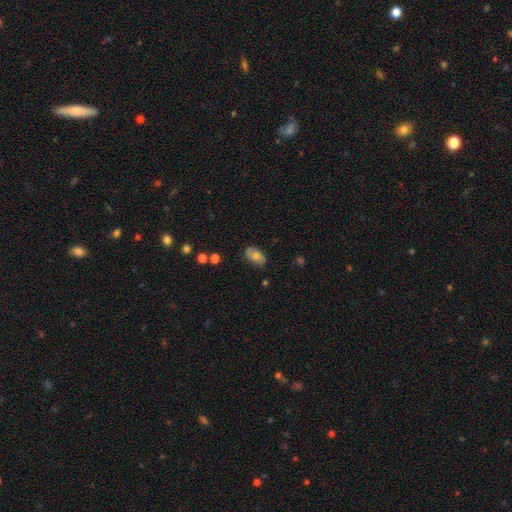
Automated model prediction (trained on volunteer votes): A smooth galaxy with no disk features (62%) that is in between round and cigar-shaped (90%).

Vote fractions:
- Smooth or featured? smooth: 62% / featured or disk: 30% / star or artifact: 8%
- How rounded? in between: 90% / round: 8% / cigar-shaped: 2%
- Merging? none: 80% / minor disturbance: 16% / major disturbance: 3% / merger: 2%